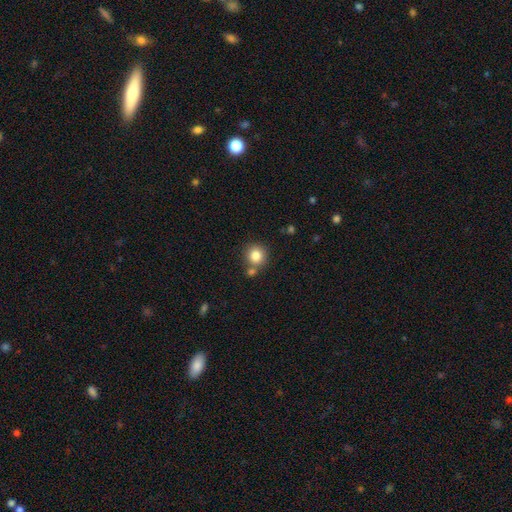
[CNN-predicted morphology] This appears to be a smooth galaxy with no disk features (82%) that is round (91%). Merging: none (69%).